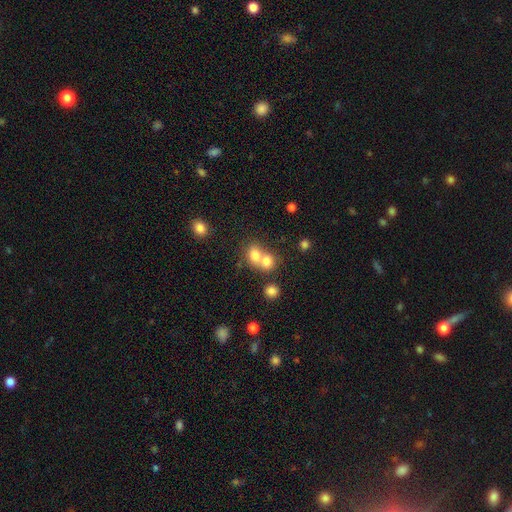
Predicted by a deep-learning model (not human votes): Morphology: type=smooth (75%); roundness=round (57%); merging=merger (63%).